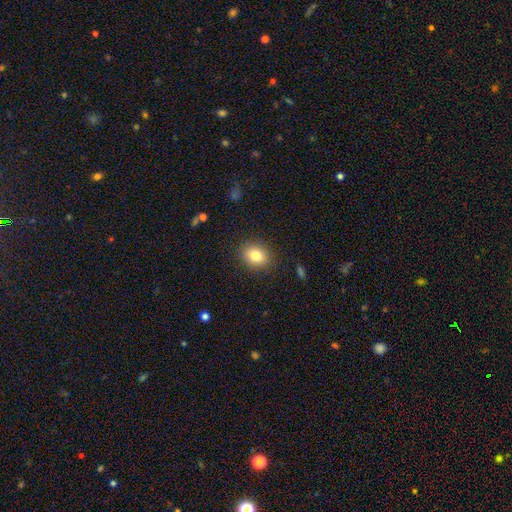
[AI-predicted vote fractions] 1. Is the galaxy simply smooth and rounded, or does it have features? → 82% smooth, 10% star or artifact, 8% featured or disk.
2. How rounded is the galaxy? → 50% in between, 49% round, 1% cigar-shaped.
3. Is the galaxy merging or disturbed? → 88% none, 8% minor disturbance, 3% major disturbance, 1% merger.